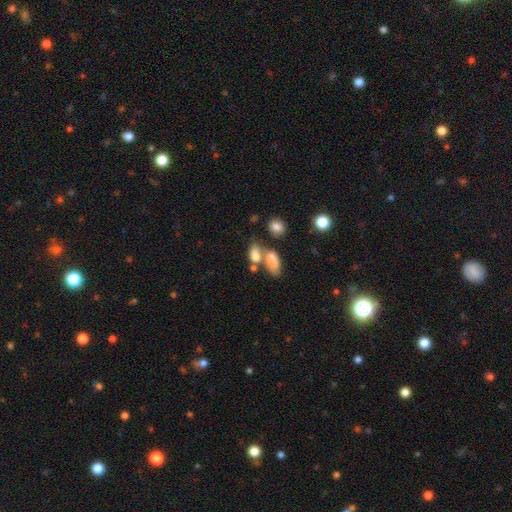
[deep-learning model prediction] Smooth or featured?
  - smooth: 75% *
  - featured or disk: 15%
  - star or artifact: 10%
How rounded?
  - in between: 85% *
  - round: 9%
  - cigar-shaped: 7%
Merging?
  - merger: 51% *
  - none: 28%
  - minor disturbance: 13%
  - major disturbance: 9%